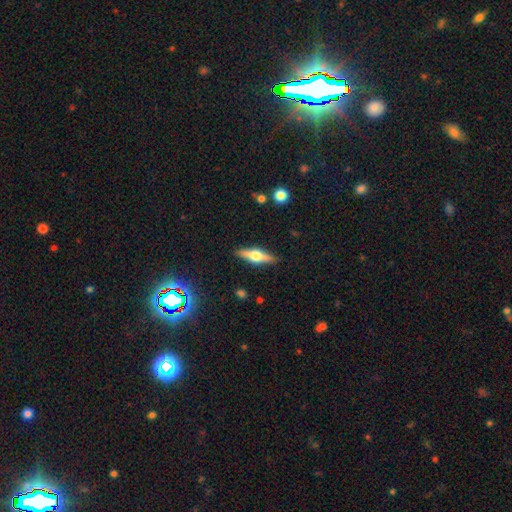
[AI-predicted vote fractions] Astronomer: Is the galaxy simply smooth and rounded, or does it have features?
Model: featured or disk — 63%.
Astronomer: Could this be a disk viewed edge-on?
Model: yes — 95%.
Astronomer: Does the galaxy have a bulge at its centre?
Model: rounded — 93%.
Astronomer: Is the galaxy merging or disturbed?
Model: none — 89%.